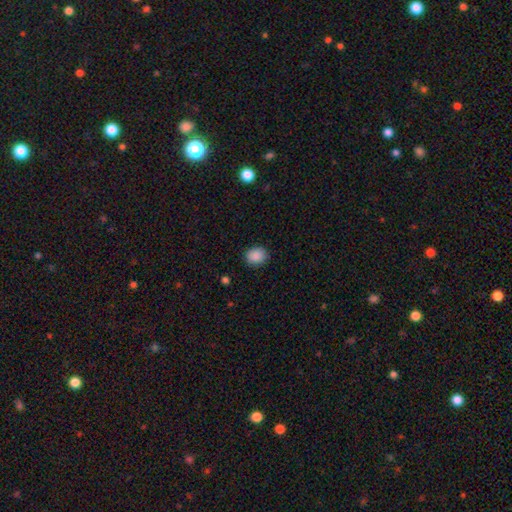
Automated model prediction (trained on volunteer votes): smooth 88%, star or artifact 9%, featured or disk 3%. Down the decision tree: how rounded — round (63%); merging — none (88%).